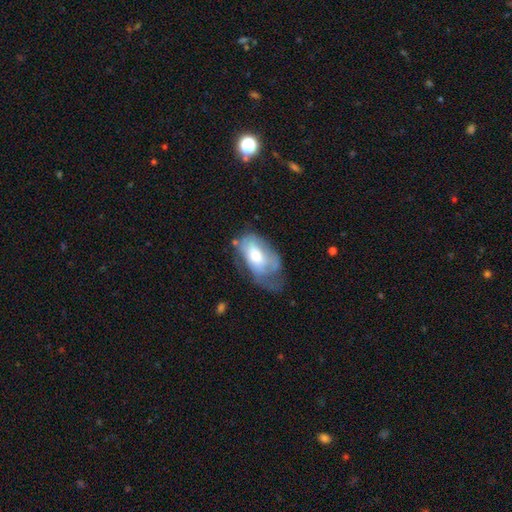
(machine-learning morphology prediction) A smooth galaxy with no disk features (51%) that is in between round and cigar-shaped (92%).

Vote fractions:
- Smooth or featured? smooth: 51% / featured or disk: 42% / star or artifact: 7%
- How rounded? in between: 92% / round: 6% / cigar-shaped: 2%
- Merging? major disturbance: 37% / minor disturbance: 33% / none: 26% / merger: 3%